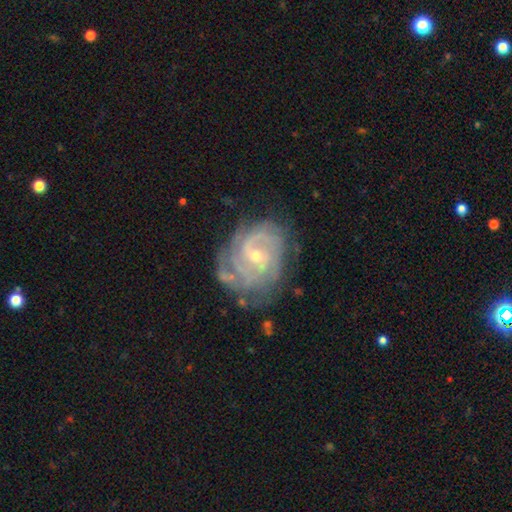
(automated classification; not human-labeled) Smooth or featured?
  - featured or disk: 89% *
  - smooth: 6%
  - star or artifact: 5%
Edge-on disk?
  - no: 98% *
  - yes: 2%
Bar?
  - no: 55% *
  - weak: 38%
  - strong: 7%
Spiral arms?
  - yes: 97% *
  - no: 3%
Spiral winding?
  - tight: 64% *
  - medium: 30%
  - loose: 6%
Spiral arm count?
  - can't tell: 27% *
  - 2: 26%
  - 3: 23%
  - 4: 12%
  - more than 4: 6%
  - 1: 6%
Bulge size?
  - small: 62% *
  - moderate: 36%
  - large: 1%
  - none: 1%
  - dominant: 1%
Merging?
  - none: 66% *
  - minor disturbance: 22%
  - major disturbance: 10%
  - merger: 2%